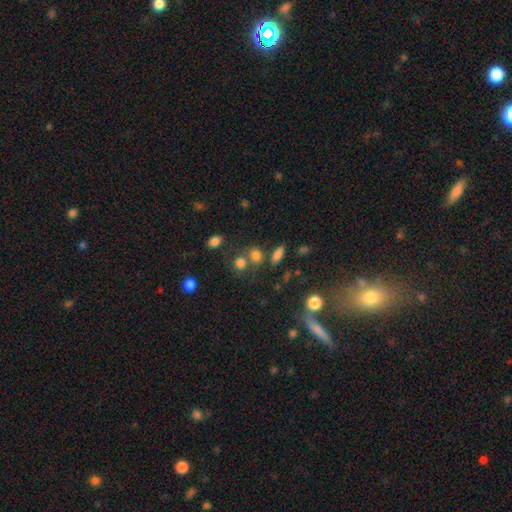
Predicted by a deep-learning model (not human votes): Morphology: type=smooth (77%); roundness=round (62%); merging=none (57%).